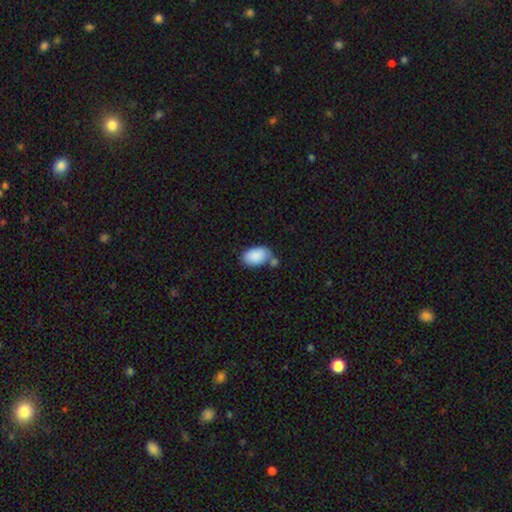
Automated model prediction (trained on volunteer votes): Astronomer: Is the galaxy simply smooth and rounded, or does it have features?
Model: smooth — 89%.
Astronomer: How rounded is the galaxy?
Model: in between — 94%.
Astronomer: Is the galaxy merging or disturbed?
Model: none — 60%.